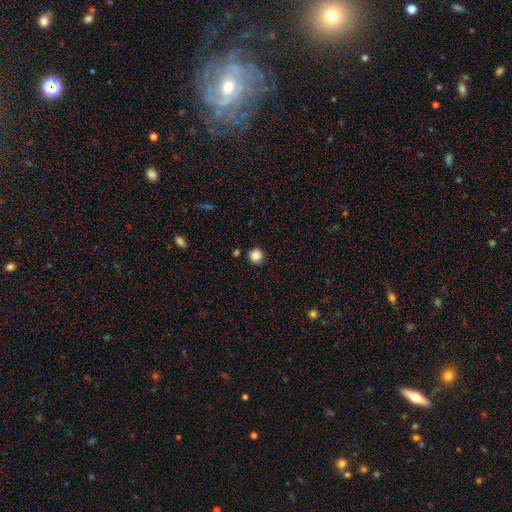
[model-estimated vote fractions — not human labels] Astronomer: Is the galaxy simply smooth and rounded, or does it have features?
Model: smooth — 87%.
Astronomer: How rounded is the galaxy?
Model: round — 95%.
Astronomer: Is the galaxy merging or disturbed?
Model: none — 89%.